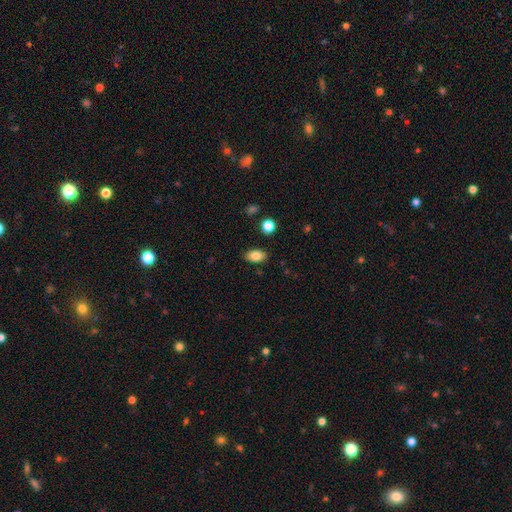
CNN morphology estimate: Smooth or featured? Predicted: smooth (p=0.84). How rounded? Predicted: in between (p=0.90). Merging? Predicted: none (p=0.86).